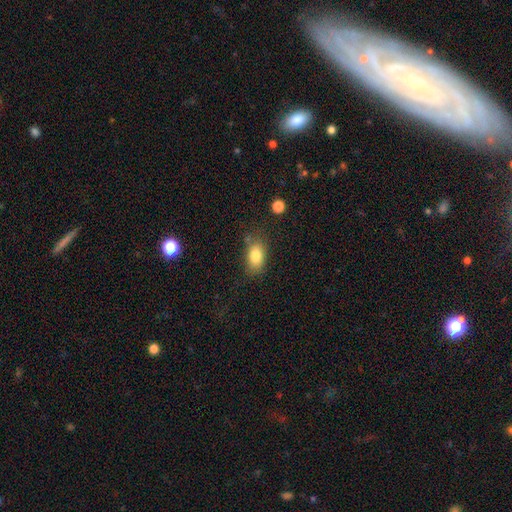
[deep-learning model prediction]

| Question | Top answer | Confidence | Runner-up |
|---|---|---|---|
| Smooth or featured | smooth | 82% | featured or disk (10%) |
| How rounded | in between | 86% | round (11%) |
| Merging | none | 72% | minor disturbance (18%) |